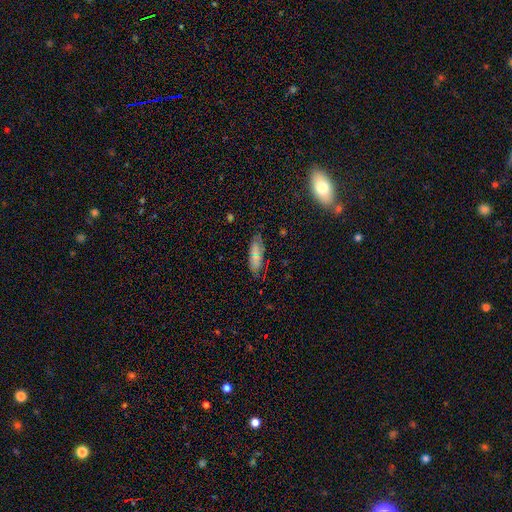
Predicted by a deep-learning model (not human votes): Overall: smooth (70%). How rounded: in between (70%). Merging: none (72%).